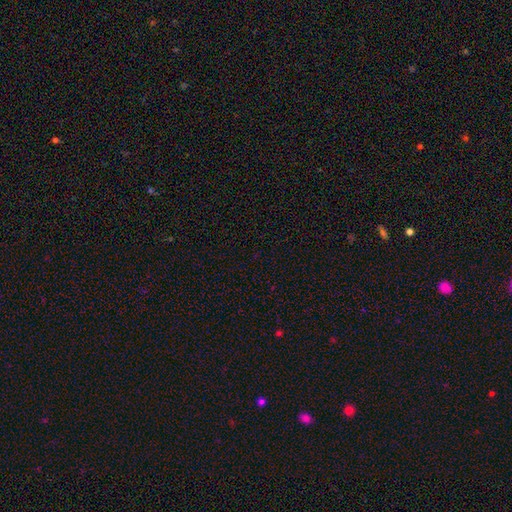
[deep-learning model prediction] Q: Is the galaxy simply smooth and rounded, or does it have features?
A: star or artifact — 69%.